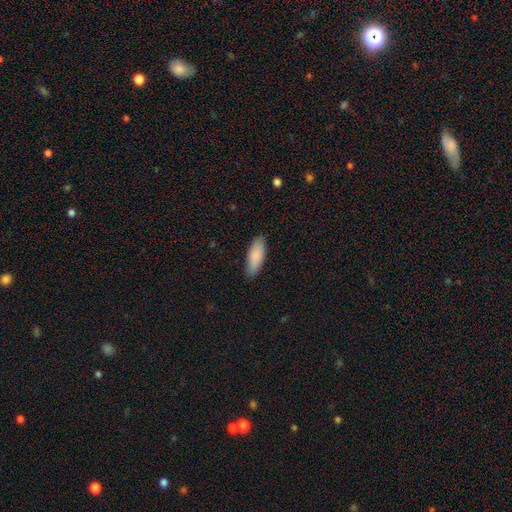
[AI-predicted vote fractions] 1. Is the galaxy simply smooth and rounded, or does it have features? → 88% smooth, 7% featured or disk, 5% star or artifact.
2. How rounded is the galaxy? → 71% in between, 28% cigar-shaped, 2% round.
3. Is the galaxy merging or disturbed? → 87% none, 10% minor disturbance, 2% major disturbance, 1% merger.